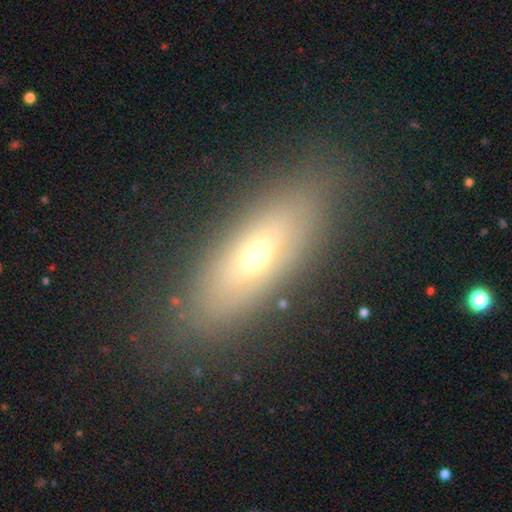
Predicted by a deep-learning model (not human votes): Overall: smooth (53%; featured or disk 36%). How rounded: in between (58%; cigar-shaped 38%). Merging: none (83%).